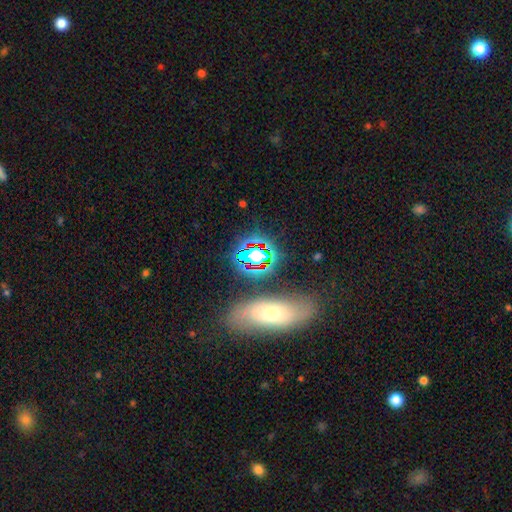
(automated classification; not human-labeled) Smooth or featured: star or artifact — 57% (smooth — 28%)